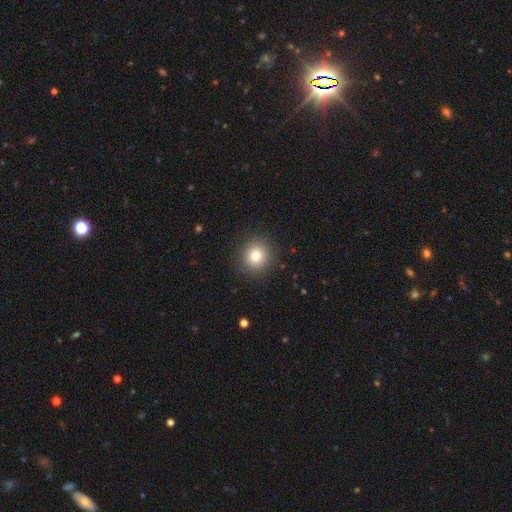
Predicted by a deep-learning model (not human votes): Smooth or featured: smooth — 80% (star or artifact — 11%)
How rounded: round — 92% (in between — 8%)
Merging: none — 90% (minor disturbance — 7%)